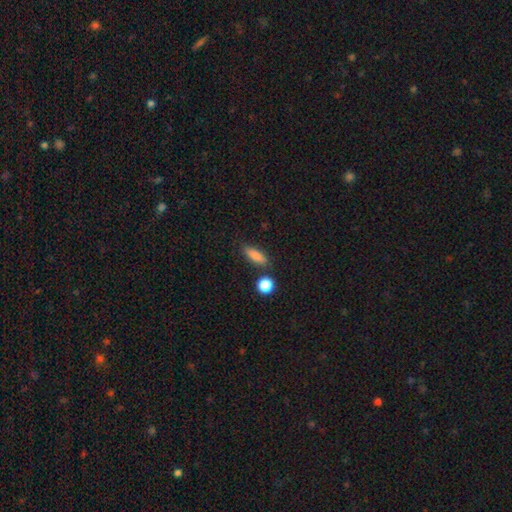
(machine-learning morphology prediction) Smooth or featured: smooth — 83% (featured or disk — 8%)
How rounded: in between — 53% (cigar-shaped — 41%)
Merging: none — 78% (minor disturbance — 13%)